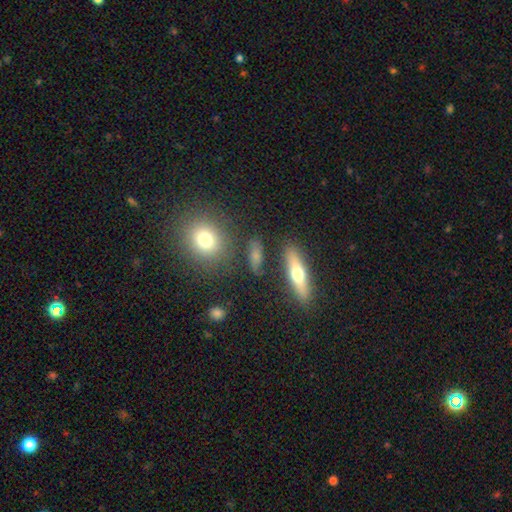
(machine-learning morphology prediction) The model was most divided on "how rounded": in between: 40%, cigar-shaped: 31%, round: 30%. More confident: merging — none (80%); smooth or featured — smooth (57%).